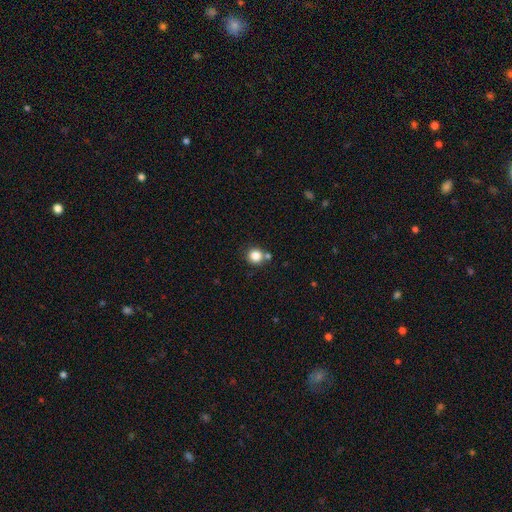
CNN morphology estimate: Smooth or featured?
  - smooth: 84% *
  - star or artifact: 11%
  - featured or disk: 5%
How rounded?
  - round: 91% *
  - in between: 9%
  - cigar-shaped: 1%
Merging?
  - none: 71% *
  - merger: 16%
  - minor disturbance: 10%
  - major disturbance: 3%